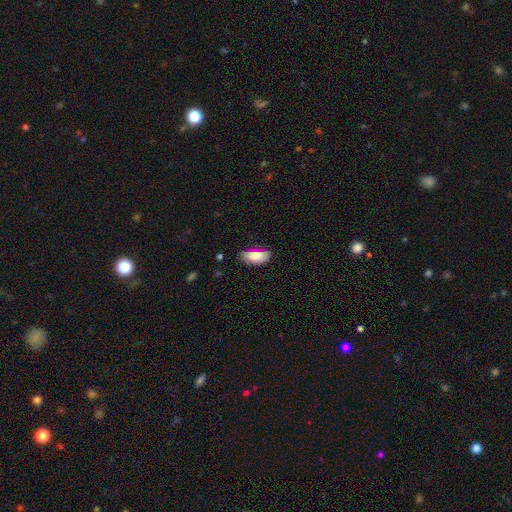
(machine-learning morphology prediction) Overall: smooth (80%). How rounded: in between (90%). Merging: none (67%).